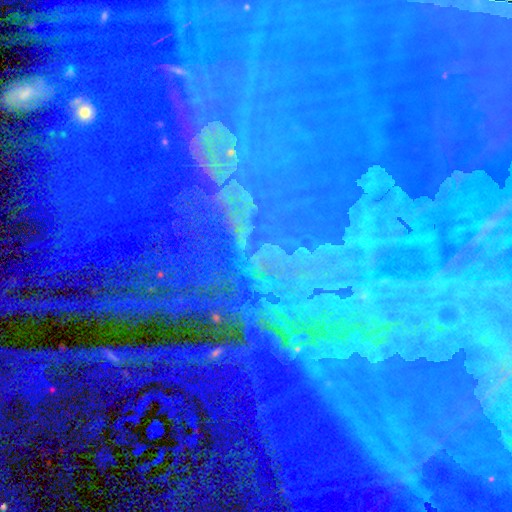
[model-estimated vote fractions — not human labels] A star or artifact, not a galaxy (84%).

Vote fractions:
- Smooth or featured? star or artifact: 84% / featured or disk: 9% / smooth: 7%